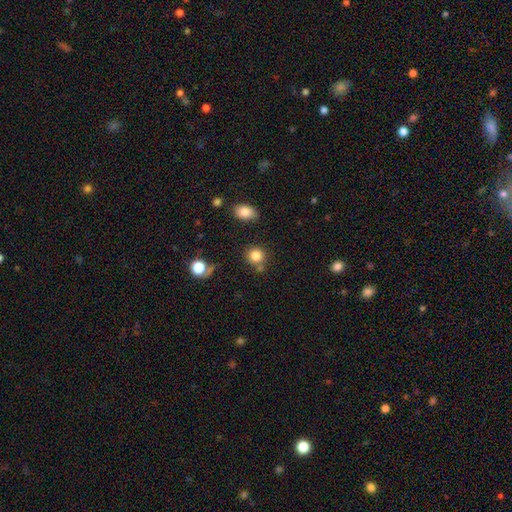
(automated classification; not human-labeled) Smooth or featured? smooth (83%)
How rounded? round (87%)
Merging? none (74%)